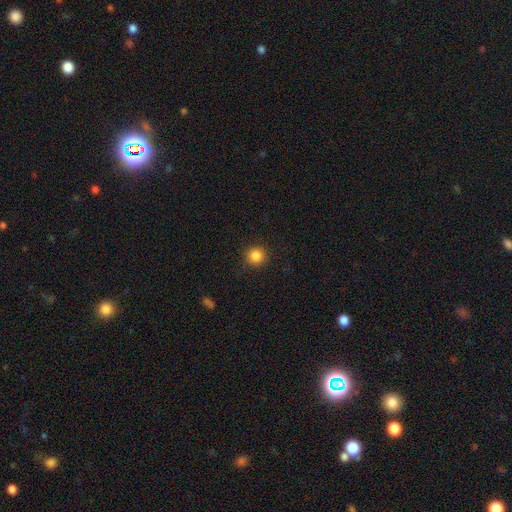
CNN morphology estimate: type=smooth (85%); roundness=round (94%); merging=none (91%).